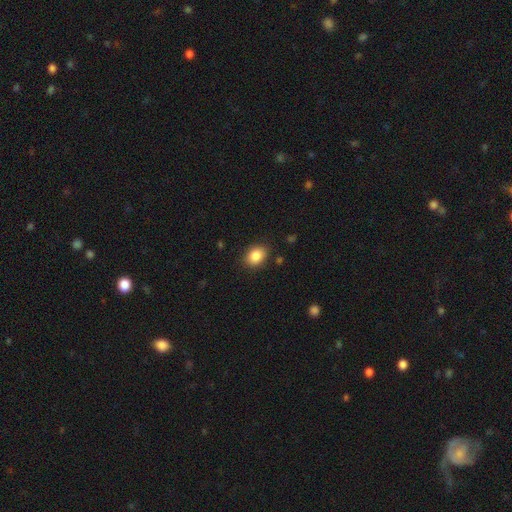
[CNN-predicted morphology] This is clearly a smooth galaxy (86%). How rounded: likely in between (67%). Merging: clearly none (85%).